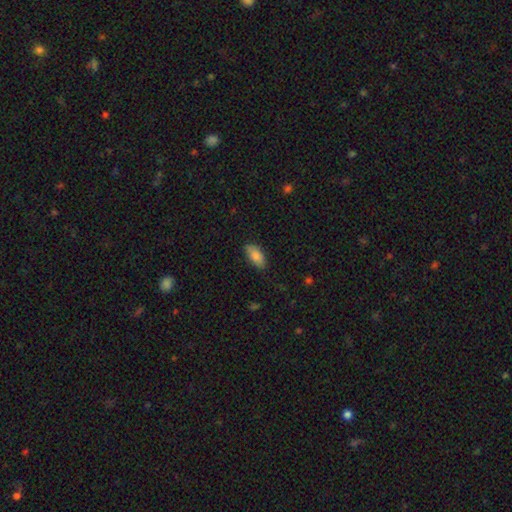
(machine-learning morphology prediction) This appears to be a smooth galaxy with no disk features (85%) that is in between round and cigar-shaped (90%). Merging: none (82%).